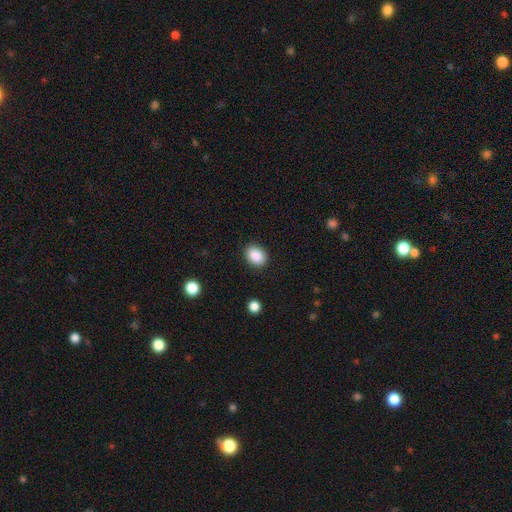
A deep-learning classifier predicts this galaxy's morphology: Smooth or featured? Predicted: smooth (p=0.89). How rounded? Predicted: in between (p=0.66). Merging? Predicted: none (p=0.88).